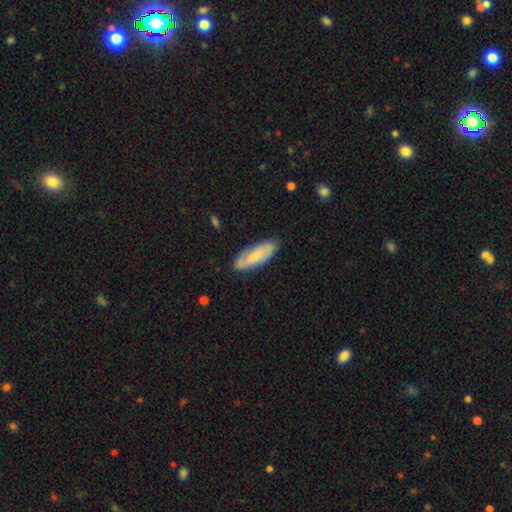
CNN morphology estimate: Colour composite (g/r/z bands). It shows a smooth galaxy with no disk features (58%) that is in between round and cigar-shaped (65%). Merging: none (82%).